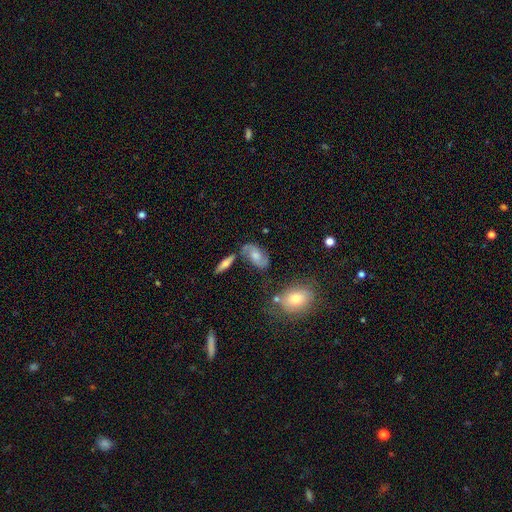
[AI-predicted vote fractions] smooth-or-featured: featured or disk: 70% | smooth: 23% | star or artifact: 7%
  disk-edge-on: no: 92% | yes: 8%
    bar: no: 62% | weak: 32% | strong: 6%
    has-spiral-arms: yes: 91% | no: 9%
      spiral-winding: medium: 47% | loose: 30% | tight: 22%
      spiral-arm-count: 2: 88% | can't tell: 6% | 1: 2% | 3: 1% | 4: 1% | more than 4: 1%
    bulge-size: moderate: 51% | small: 21% | large: 17% | none: 9% | dominant: 2%
  merging: none: 62% | minor disturbance: 19% | merger: 11% | major disturbance: 8%